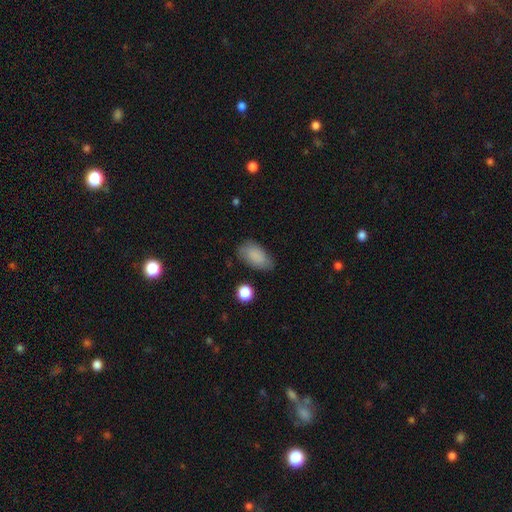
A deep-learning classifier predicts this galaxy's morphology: Overall: smooth (84%). How rounded: in between (92%). Merging: none (68%).